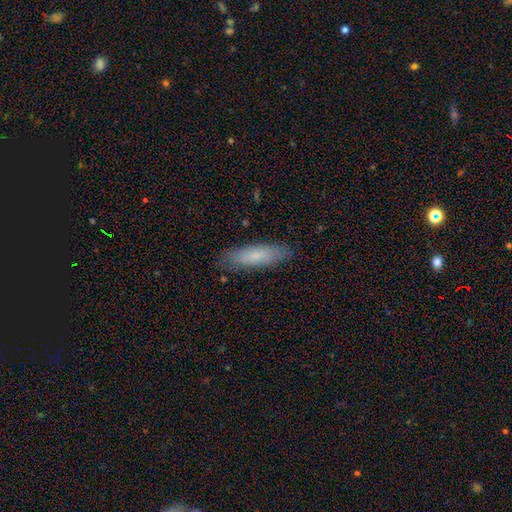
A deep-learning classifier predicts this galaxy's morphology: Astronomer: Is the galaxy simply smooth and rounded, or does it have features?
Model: smooth — 76%.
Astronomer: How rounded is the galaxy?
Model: cigar-shaped — 59% (runner-up: in between, 39%).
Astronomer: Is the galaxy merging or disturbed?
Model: none — 86%.